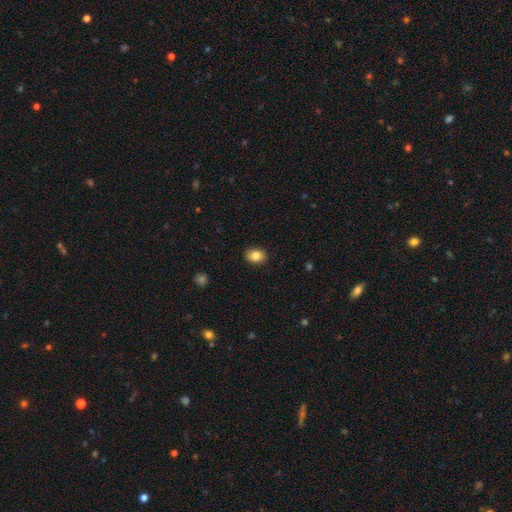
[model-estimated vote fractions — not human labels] Smooth or featured: smooth — 84% (star or artifact — 8%)
How rounded: in between — 66% (round — 33%)
Merging: none — 90% (minor disturbance — 7%)